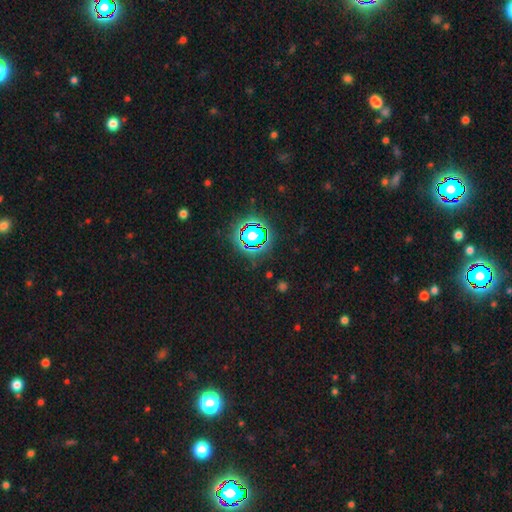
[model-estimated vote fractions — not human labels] Smooth or featured? Predicted: star or artifact (p=0.80).